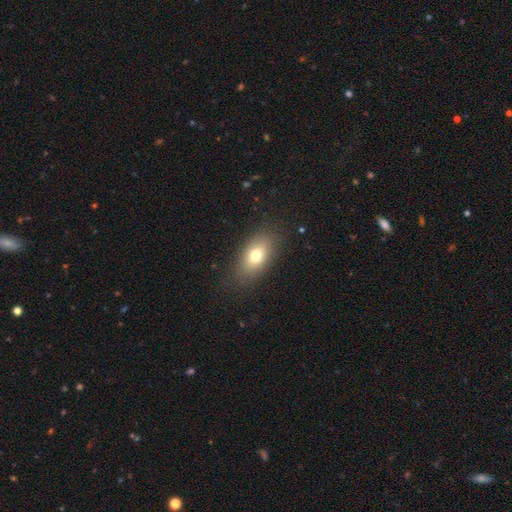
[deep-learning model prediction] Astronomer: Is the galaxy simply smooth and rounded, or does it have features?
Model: smooth — 73%.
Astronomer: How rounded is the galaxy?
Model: in between — 86%.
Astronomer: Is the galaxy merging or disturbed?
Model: none — 84%.